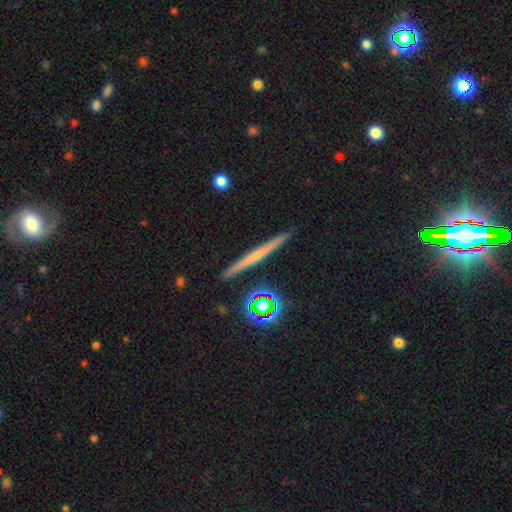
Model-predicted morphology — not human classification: smooth_or_featured: featured or disk (p=0.51) [alt: smooth p=0.37]
disk_edge_on: yes (p=0.96) [alt: no p=0.04]
merging: none (p=0.91) [alt: minor disturbance p=0.06]